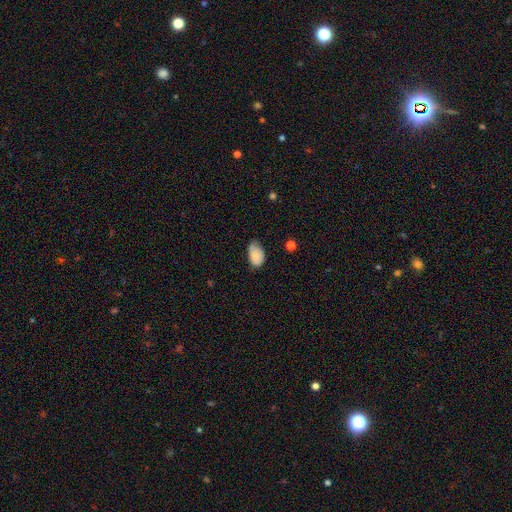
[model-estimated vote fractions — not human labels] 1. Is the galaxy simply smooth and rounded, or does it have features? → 76% smooth, 17% featured or disk, 7% star or artifact.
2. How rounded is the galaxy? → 91% in between, 8% round, 1% cigar-shaped.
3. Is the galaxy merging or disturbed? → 47% none, 43% minor disturbance, 9% major disturbance, 2% merger.